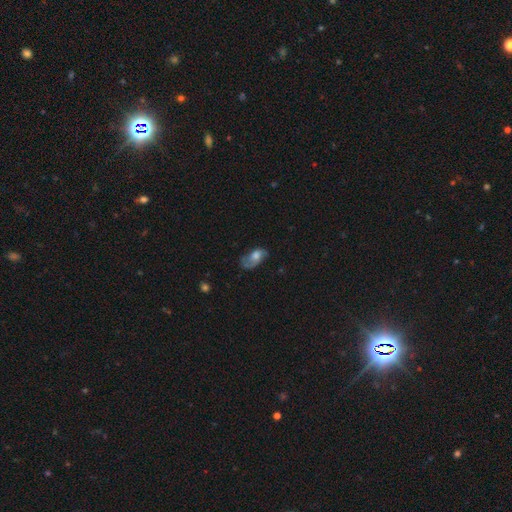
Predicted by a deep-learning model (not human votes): Smooth or featured? featured or disk (52%)
Edge-on disk? no (93%)
Merging? none (46%)